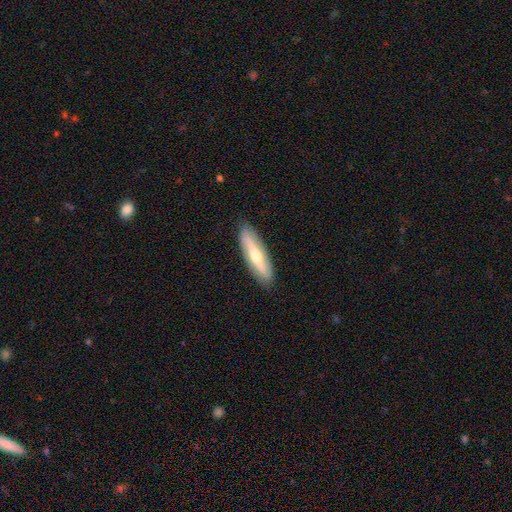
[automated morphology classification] Smooth or featured? featured or disk (52%)
Edge-on disk? yes (56%)
Merging? none (88%)